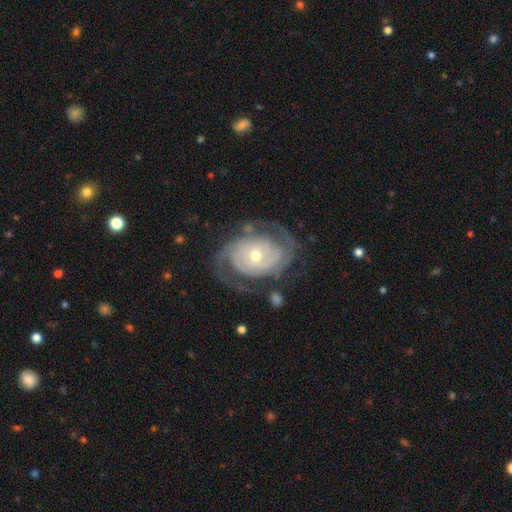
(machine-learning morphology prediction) smooth_or_featured: featured or disk (p=0.89) [alt: smooth p=0.06]
disk_edge_on: no (p=0.97) [alt: yes p=0.03]
bar: no (p=0.76) [alt: weak p=0.18]
has_spiral_arms: yes (p=0.96) [alt: no p=0.04]
spiral_winding: tight (p=0.63) [alt: medium p=0.28]
spiral_arm_count: 2 (p=0.75) [alt: can't tell p=0.10]
bulge_size: moderate (p=0.54) [alt: small p=0.42]
merging: none (p=0.70) [alt: minor disturbance p=0.16]